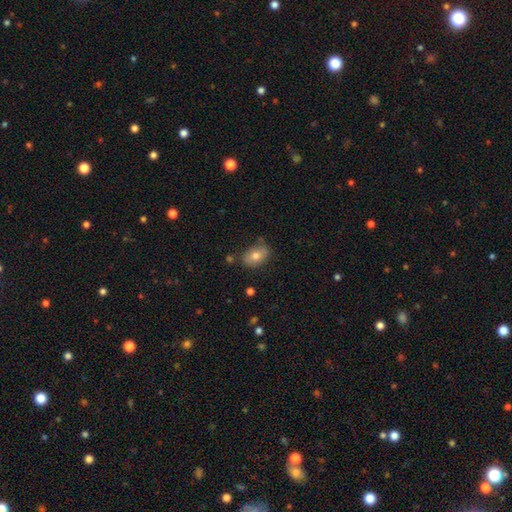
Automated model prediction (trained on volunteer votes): smooth 74%, featured or disk 18%, star or artifact 8%. Down the decision tree: how rounded — in between (83%); merging — none (75%).